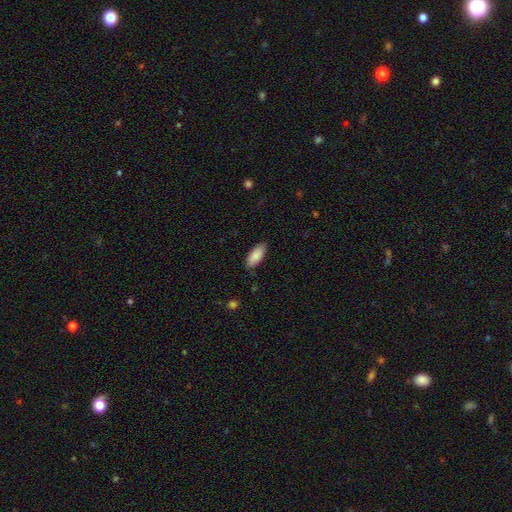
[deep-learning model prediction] smooth_or_featured: smooth (p=0.87) [alt: featured or disk p=0.07]
how_rounded: in between (p=0.87) [alt: cigar-shaped p=0.12]
merging: none (p=0.84) [alt: minor disturbance p=0.13]